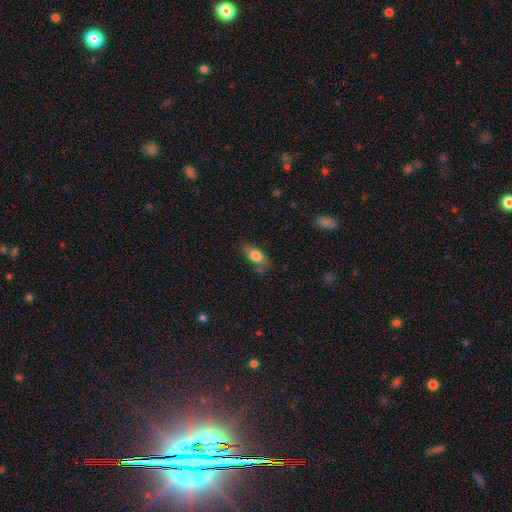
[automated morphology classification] Smooth or featured?
  - smooth: 72% *
  - featured or disk: 20%
  - star or artifact: 7%
How rounded?
  - in between: 78% *
  - cigar-shaped: 18%
  - round: 5%
Merging?
  - none: 72% *
  - minor disturbance: 20%
  - major disturbance: 5%
  - merger: 4%